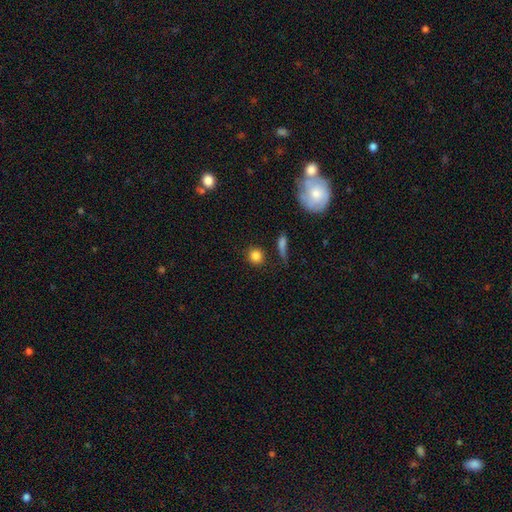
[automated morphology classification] Smooth or featured?
  - smooth: 84% *
  - star or artifact: 10%
  - featured or disk: 6%
How rounded?
  - round: 87% *
  - in between: 11%
  - cigar-shaped: 2%
Merging?
  - none: 82% *
  - minor disturbance: 10%
  - merger: 4%
  - major disturbance: 4%